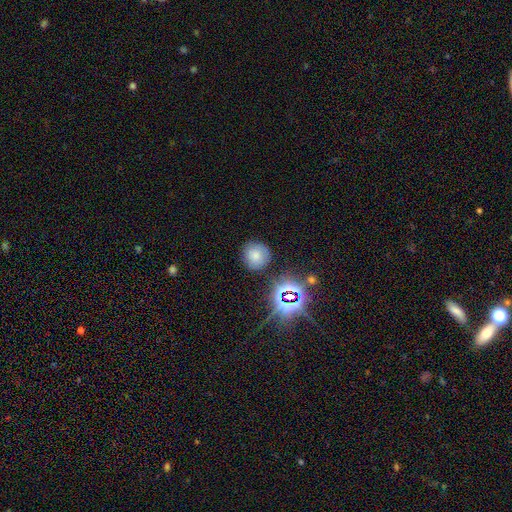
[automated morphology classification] A smooth galaxy with no disk features (71%) that is round (90%).

Vote fractions:
- Smooth or featured? smooth: 71% / star or artifact: 18% / featured or disk: 10%
- How rounded? round: 90% / in between: 9% / cigar-shaped: 1%
- Merging? none: 82% / minor disturbance: 11% / major disturbance: 4% / merger: 3%